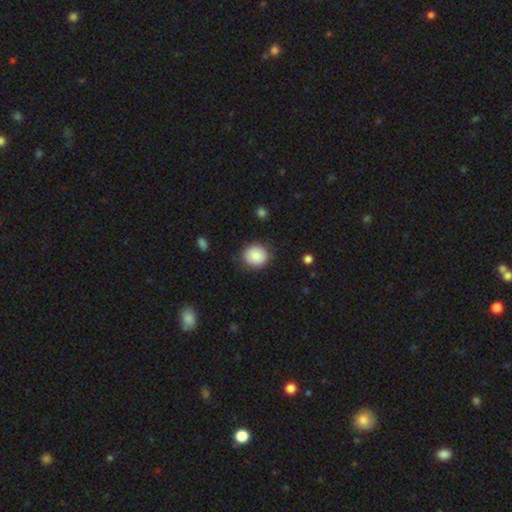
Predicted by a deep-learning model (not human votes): Smooth or featured? smooth (84%)
How rounded? round (86%)
Merging? none (85%)